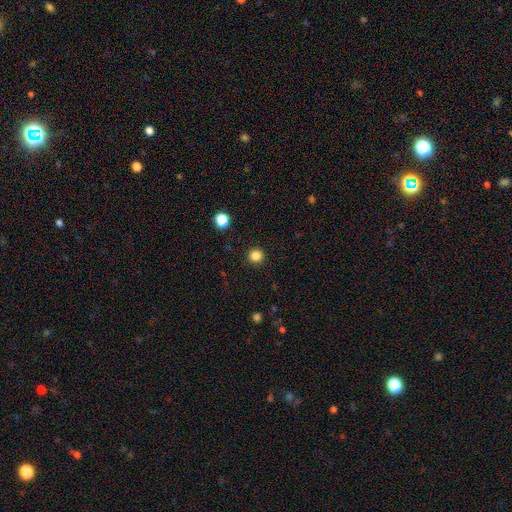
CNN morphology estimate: This appears to be a smooth galaxy with no disk features (84%) that is round (95%). Merging: none (93%).